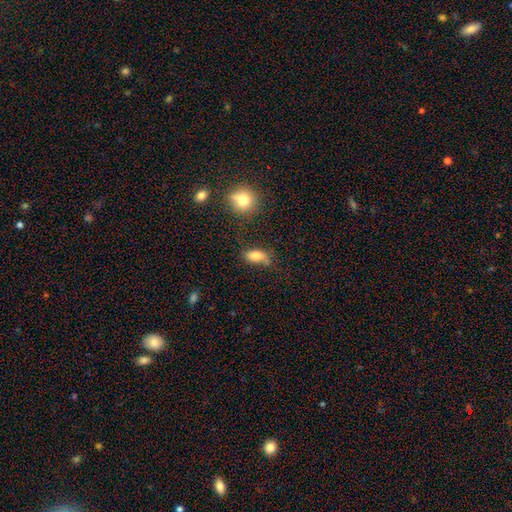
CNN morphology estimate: Smooth or featured: smooth — 74% (featured or disk — 15%)
How rounded: in between — 82% (cigar-shaped — 9%)
Merging: none — 43% (minor disturbance — 29%)